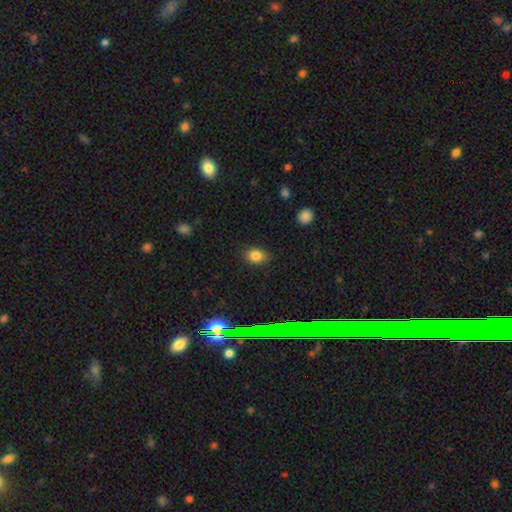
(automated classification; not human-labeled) smooth 81%, star or artifact 13%, featured or disk 6%. Down the decision tree: how rounded — in between (55%); merging — none (83%).